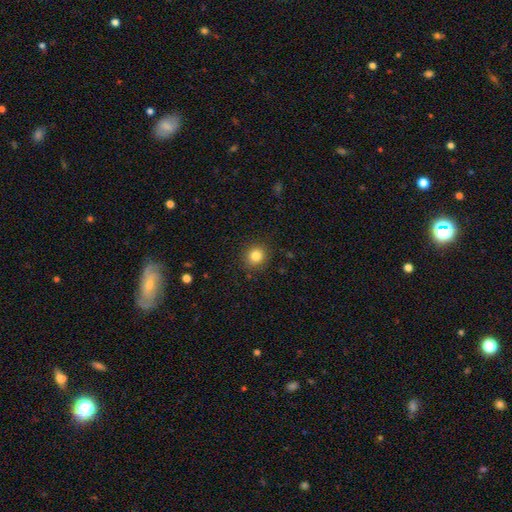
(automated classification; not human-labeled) This appears to be a smooth galaxy with no disk features (83%) that is round (85%). Merging: none (89%).